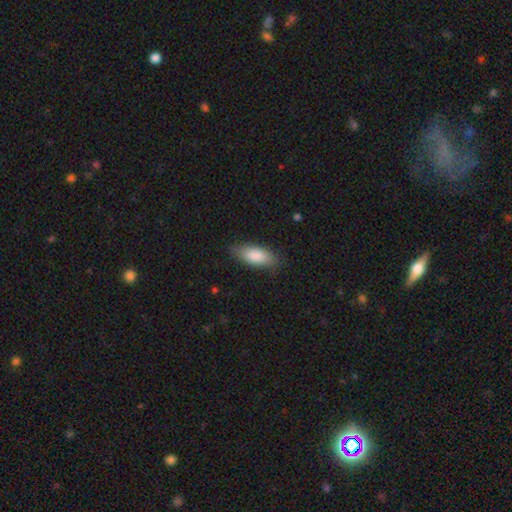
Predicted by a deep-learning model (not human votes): smooth 87%, featured or disk 8%, star or artifact 6%. Down the decision tree: how rounded — in between (82%); merging — none (81%).